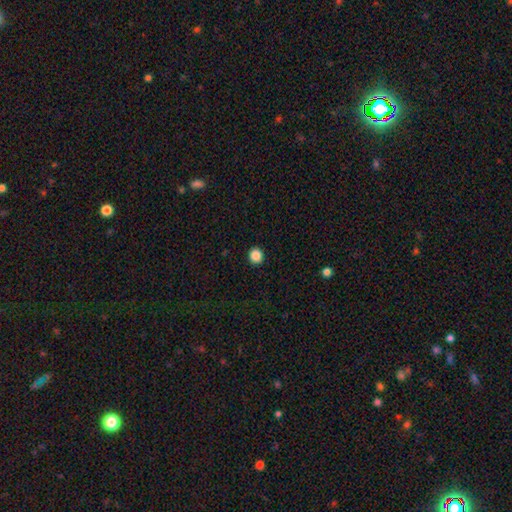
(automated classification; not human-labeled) This is clearly a smooth galaxy (87%). How rounded: clearly round (90%). Merging: clearly none (93%).